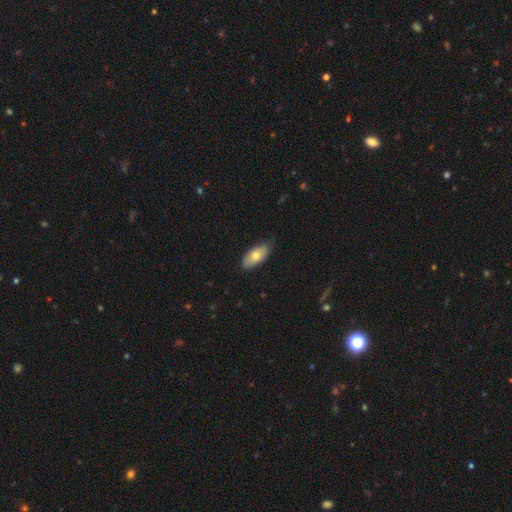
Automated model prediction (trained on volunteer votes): Morphology: type=smooth (70%); roundness=in between (88%); merging=none (81%).